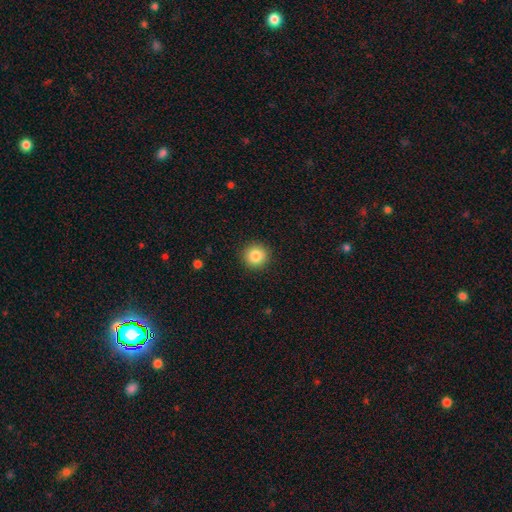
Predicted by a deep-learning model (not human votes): smooth_or_featured: smooth (p=0.85) [alt: star or artifact p=0.09]
how_rounded: round (p=0.95) [alt: in between p=0.04]
merging: none (p=0.92) [alt: minor disturbance p=0.05]